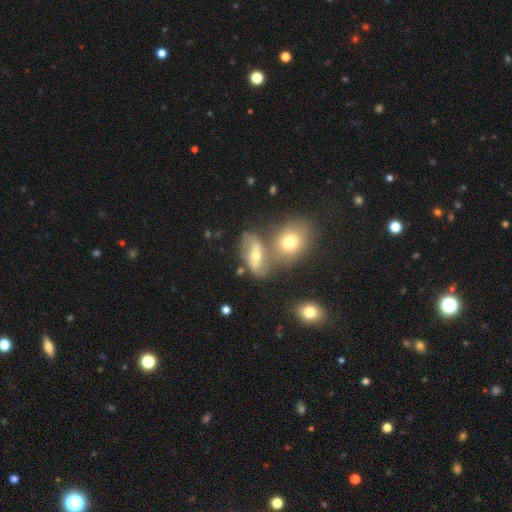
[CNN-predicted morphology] Q: Smooth or featured?
A: featured or disk (50%); runner-up: smooth (39%)
Q: Merging?
A: merger (41%); runner-up: none (39%)